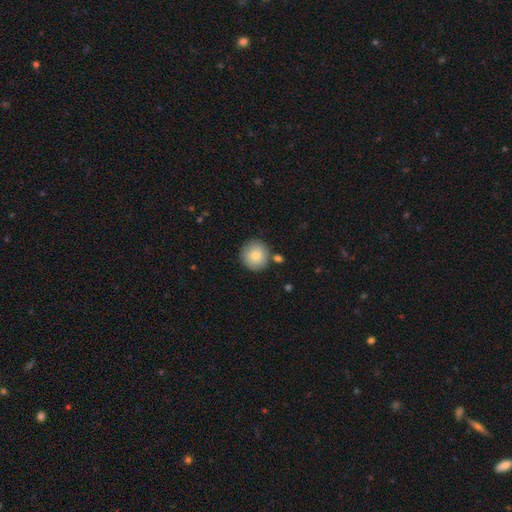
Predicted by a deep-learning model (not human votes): A smooth galaxy with no disk features (83%) that is round (94%).

Vote fractions:
- Smooth or featured? smooth: 83% / featured or disk: 10% / star or artifact: 7%
- How rounded? round: 94% / in between: 5% / cigar-shaped: 1%
- Merging? none: 81% / minor disturbance: 10% / merger: 6% / major disturbance: 3%